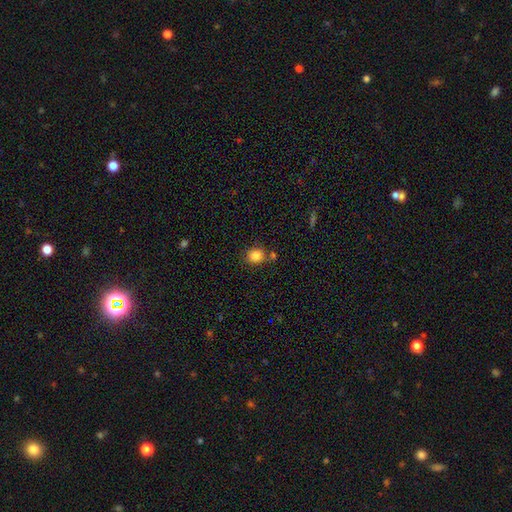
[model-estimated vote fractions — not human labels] Smooth or featured? smooth (85%)
How rounded? round (68%)
Merging? none (69%)